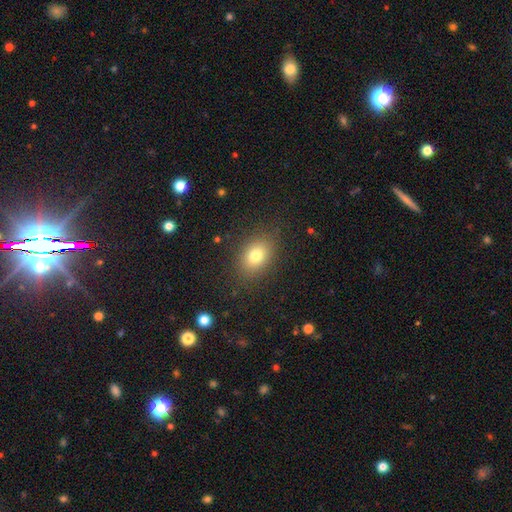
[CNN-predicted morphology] A smooth galaxy with no disk features (77%) that is in between round and cigar-shaped (71%).

Vote fractions:
- Smooth or featured? smooth: 77% / star or artifact: 12% / featured or disk: 11%
- How rounded? in between: 71% / round: 27% / cigar-shaped: 1%
- Merging? none: 84% / minor disturbance: 11% / major disturbance: 4% / merger: 1%